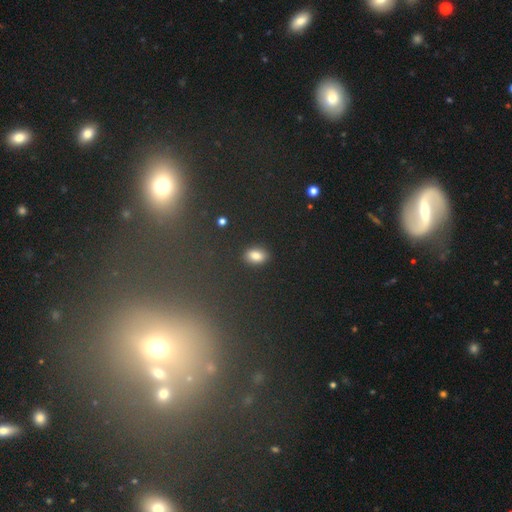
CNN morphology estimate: This appears to be a smooth galaxy with no disk features (82%) that is in between round and cigar-shaped (82%). Merging: none (88%).